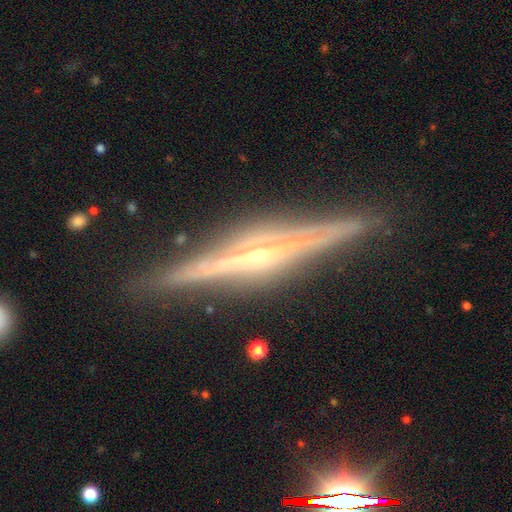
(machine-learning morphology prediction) This is clearly a featured or disk galaxy (87%). It is clearly viewed edge-on (98%). Edge-on bulge: likely rounded (72%). Merging: clearly none (89%).